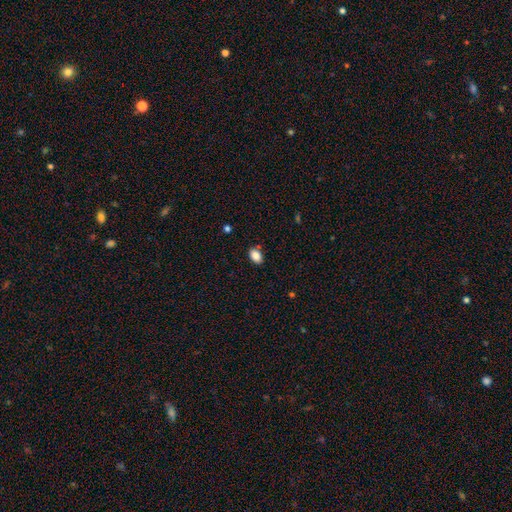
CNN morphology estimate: This appears to be a smooth galaxy with no disk features (87%) that is in between round and cigar-shaped (86%). Merging: none (84%).